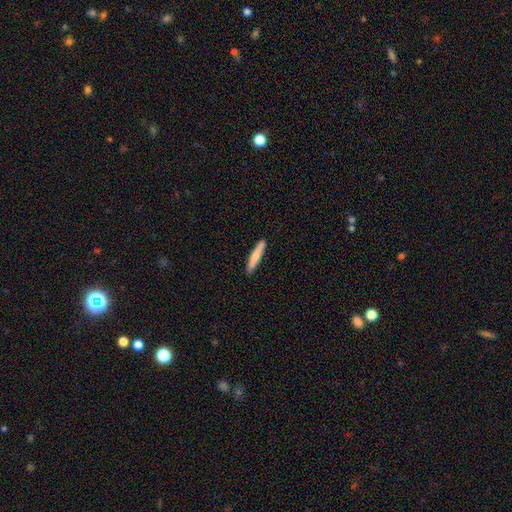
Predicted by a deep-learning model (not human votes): This is likely a smooth galaxy (74%). How rounded: clearly cigar-shaped (92%). Merging: clearly none (90%).